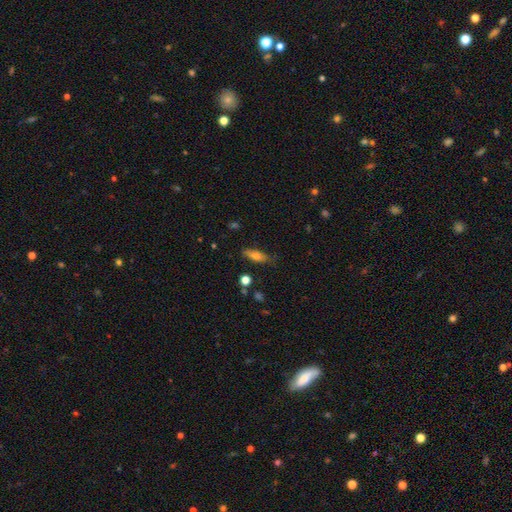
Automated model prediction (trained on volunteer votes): A smooth galaxy with no disk features (69%) that is in between round and cigar-shaped (49%).

Vote fractions:
- Smooth or featured? smooth: 69% / featured or disk: 23% / star or artifact: 9%
- How rounded? in between: 49% / cigar-shaped: 48% / round: 3%
- Merging? none: 73% / minor disturbance: 20% / major disturbance: 5% / merger: 2%